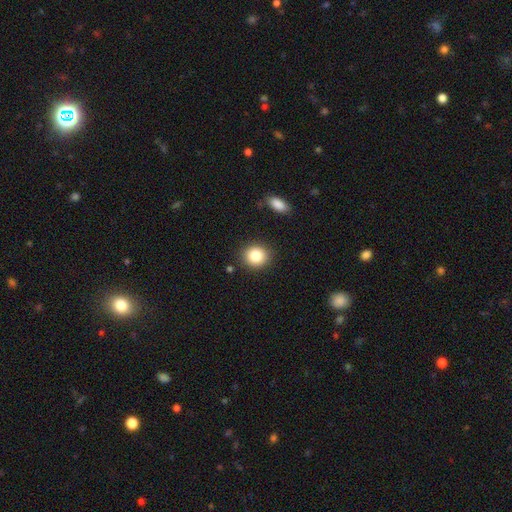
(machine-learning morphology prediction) The model was most divided on "how rounded": round: 84%, in between: 15%, cigar-shaped: 1%. More confident: merging — none (87%); smooth or featured — smooth (84%).